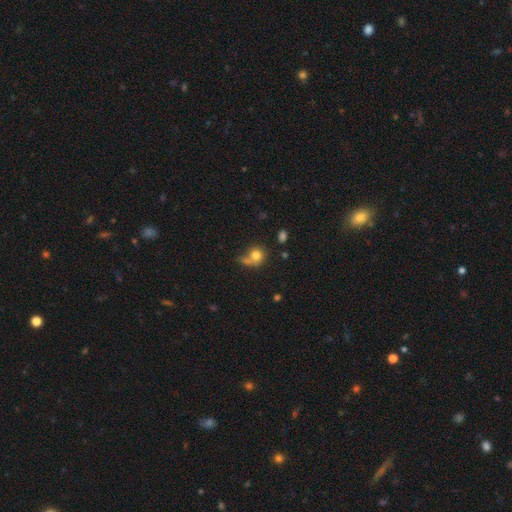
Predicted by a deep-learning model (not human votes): Smooth or featured? smooth (77%)
How rounded? round (77%)
Merging? none (43%)